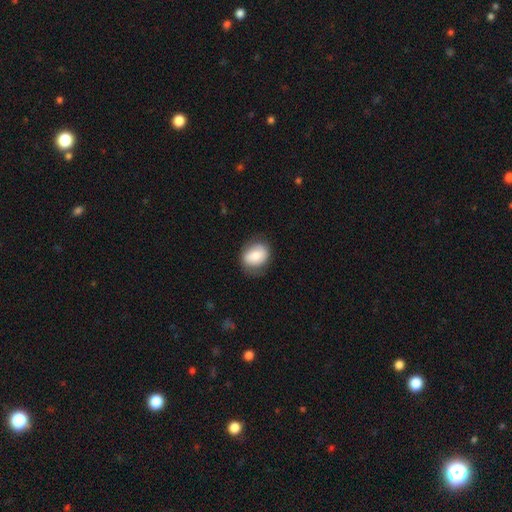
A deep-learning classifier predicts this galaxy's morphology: type=smooth (72%); roundness=in between (53%); merging=none (74%).